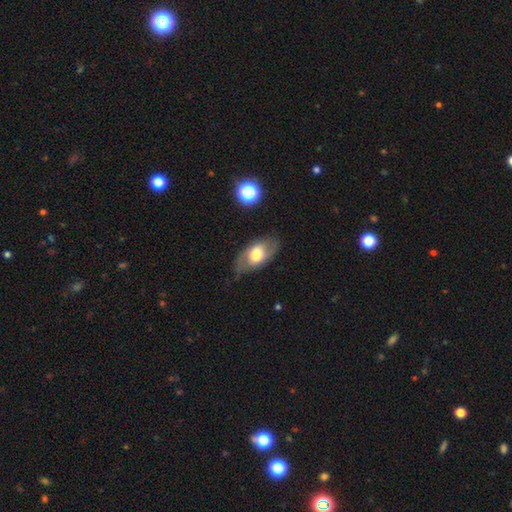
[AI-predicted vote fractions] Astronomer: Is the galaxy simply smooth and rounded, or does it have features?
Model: smooth — 47% (runner-up: featured or disk, 46%).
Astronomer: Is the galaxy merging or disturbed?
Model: none — 71%.